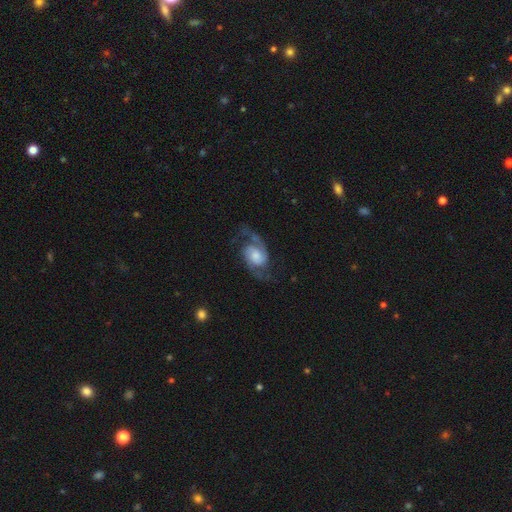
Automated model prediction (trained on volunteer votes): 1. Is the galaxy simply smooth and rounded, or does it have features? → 85% featured or disk, 10% smooth, 6% star or artifact.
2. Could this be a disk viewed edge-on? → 97% no, 3% yes.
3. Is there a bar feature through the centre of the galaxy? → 64% no, 30% weak, 7% strong.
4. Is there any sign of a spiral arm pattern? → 96% yes, 4% no.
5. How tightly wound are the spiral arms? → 47% medium, 41% loose, 12% tight.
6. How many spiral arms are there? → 92% 2, 3% 1, 2% can't tell, 2% 3, 1% 4, 1% more than 4.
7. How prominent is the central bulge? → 39% moderate, 25% large, 24% small, 8% none, 5% dominant.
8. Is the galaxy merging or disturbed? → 68% none, 16% minor disturbance, 14% major disturbance, 2% merger.